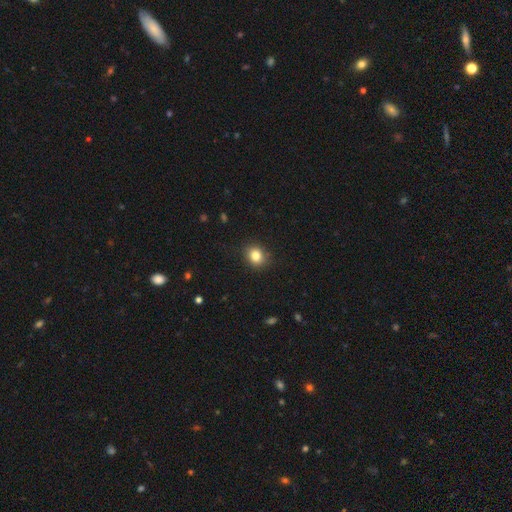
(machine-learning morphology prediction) The model was most divided on "how rounded": round: 65%, in between: 34%, cigar-shaped: 1%. More confident: merging — none (88%); smooth or featured — smooth (83%).